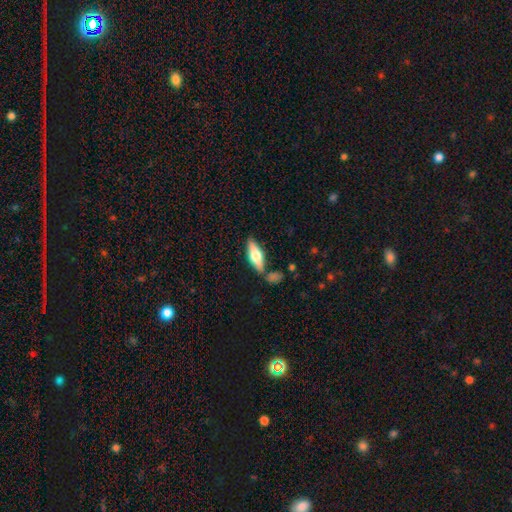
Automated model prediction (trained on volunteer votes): smooth_or_featured: featured or disk (p=0.49) [alt: smooth p=0.45]
merging: none (p=0.75) [alt: minor disturbance p=0.13]